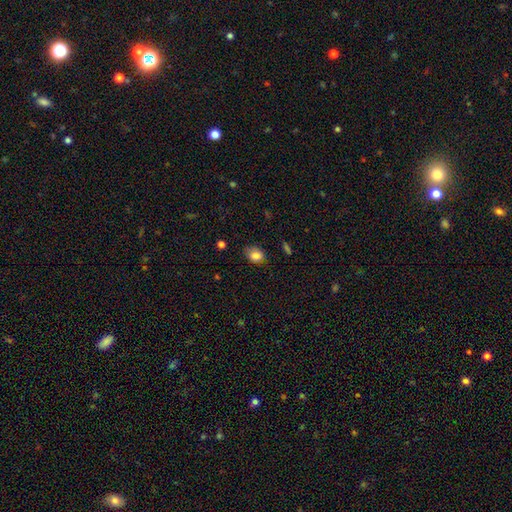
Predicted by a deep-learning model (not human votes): smooth 84%, star or artifact 9%, featured or disk 6%. Down the decision tree: how rounded — in between (61%); merging — none (72%).